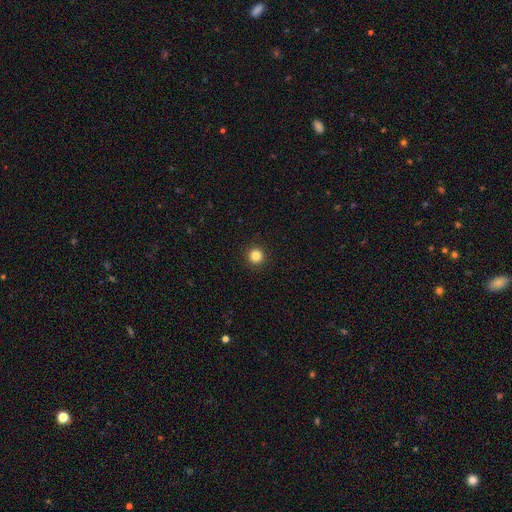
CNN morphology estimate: The model was most divided on "smooth or featured": smooth: 84%, star or artifact: 11%, featured or disk: 4%. More confident: how rounded — round (95%); merging — none (93%).